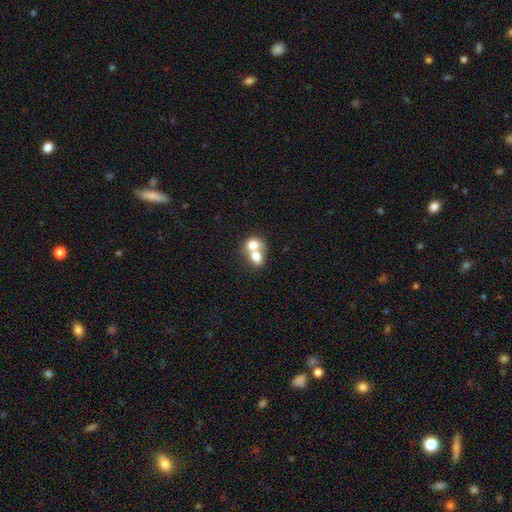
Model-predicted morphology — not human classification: A smooth galaxy with no disk features (72%) that is round (50%). Merging: merger (74%).